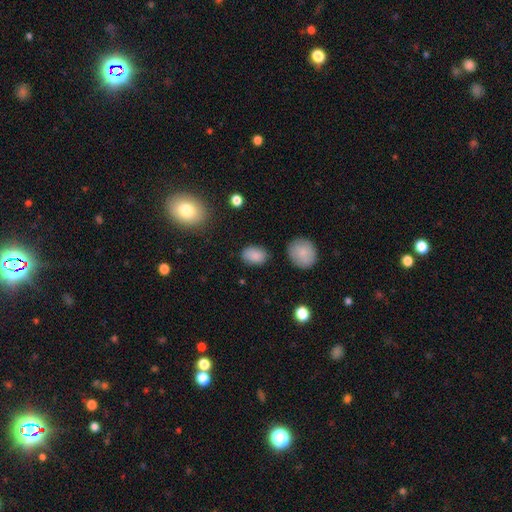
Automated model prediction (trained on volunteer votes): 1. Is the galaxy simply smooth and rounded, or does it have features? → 86% smooth, 9% star or artifact, 5% featured or disk.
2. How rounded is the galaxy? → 88% in between, 11% round, 1% cigar-shaped.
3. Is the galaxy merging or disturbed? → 80% none, 14% minor disturbance, 3% major disturbance, 3% merger.